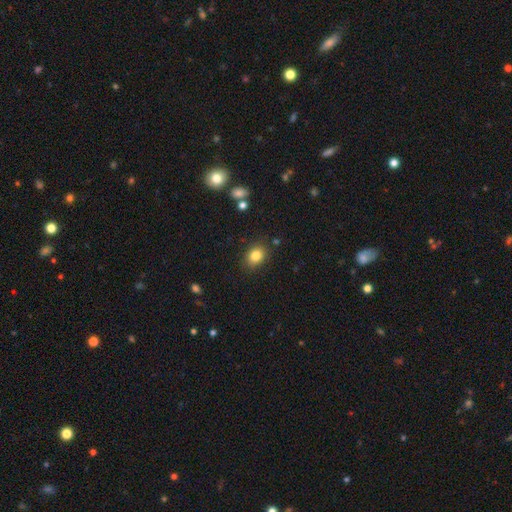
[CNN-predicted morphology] smooth 82%, star or artifact 11%, featured or disk 7%. Down the decision tree: how rounded — in between (56%); merging — none (85%).